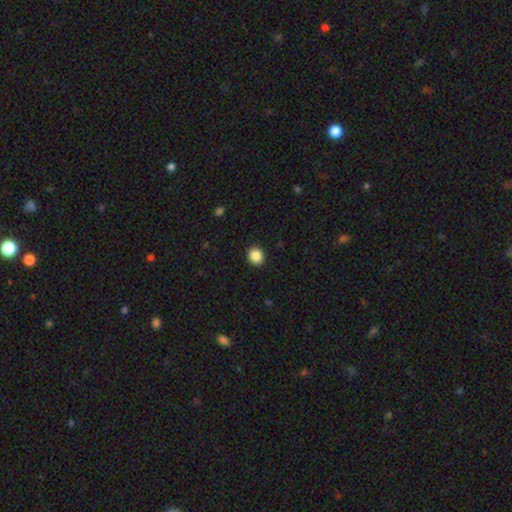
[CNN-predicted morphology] Smooth or featured? smooth (87%)
How rounded? round (78%)
Merging? none (92%)